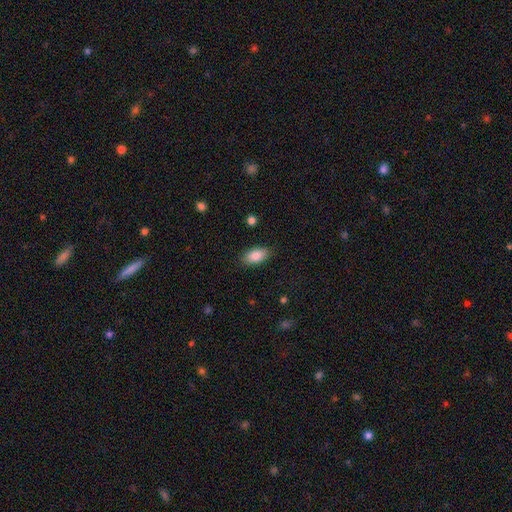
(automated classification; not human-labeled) smooth 86%, featured or disk 7%, star or artifact 7%. Down the decision tree: how rounded — in between (92%); merging — none (86%).